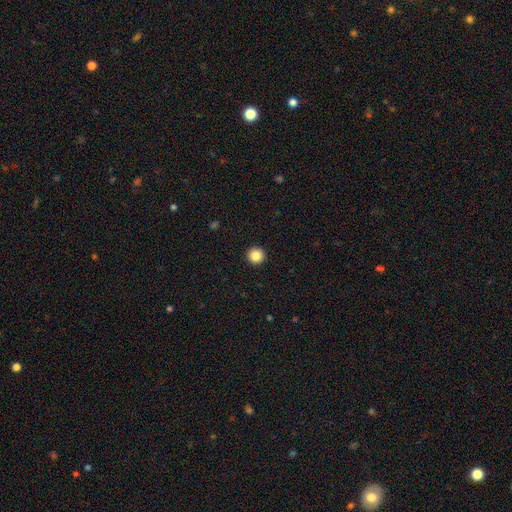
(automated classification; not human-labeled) Smooth or featured?
  - smooth: 86% *
  - star or artifact: 10%
  - featured or disk: 4%
How rounded?
  - round: 97% *
  - in between: 3%
  - cigar-shaped: 1%
Merging?
  - none: 94% *
  - minor disturbance: 4%
  - major disturbance: 1%
  - merger: 1%